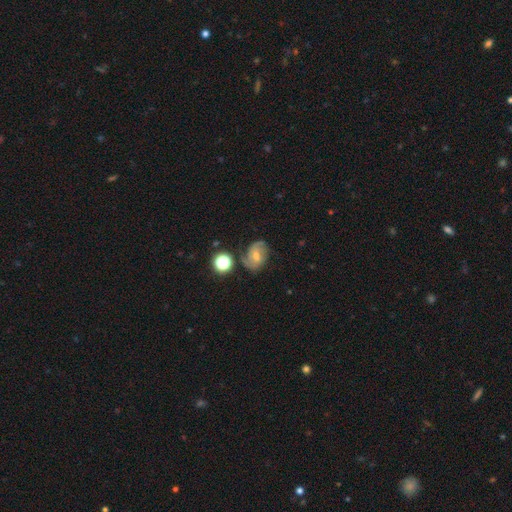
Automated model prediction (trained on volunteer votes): A featured or disk galaxy (62%) with a weak bar (46%), 2 (63%) medium (47%) spiral arms (89%) and a moderate central bulge (50%). Merging: none (64%).